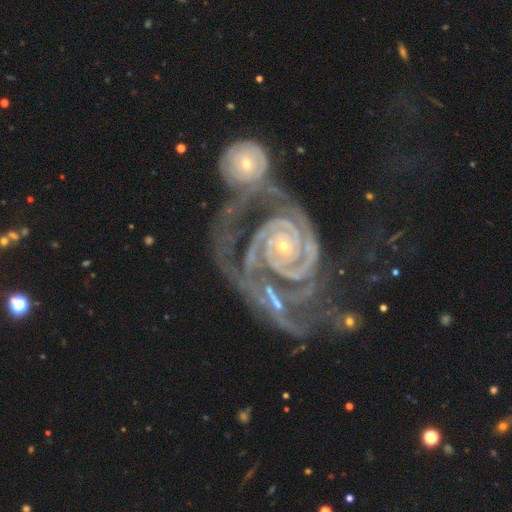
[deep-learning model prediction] Morphology: type=featured or disk (91%); edge-on=no (97%); bar=no (70%); spiral arms=yes (96%); winding=tight (73%); arm count=2 (48%); bulge=small (73%); merging=merger (55%).